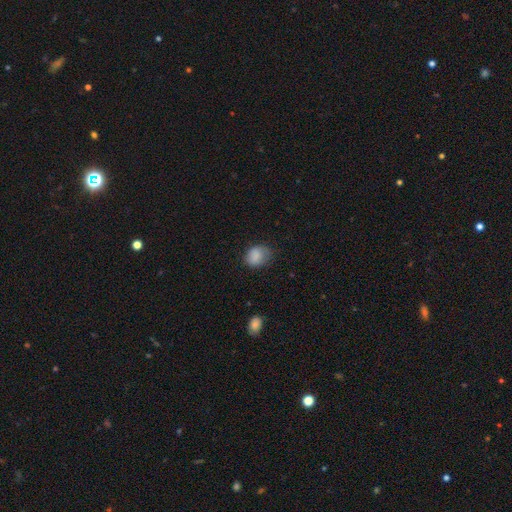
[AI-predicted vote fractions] Morphology: type=smooth (83%); roundness=round (51%); merging=none (64%).